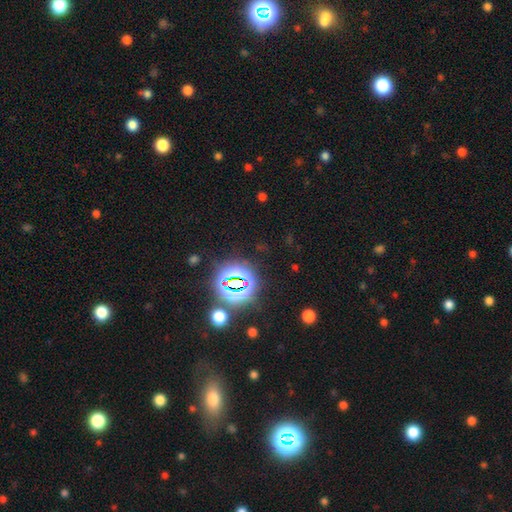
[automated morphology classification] star or artifact 80%, smooth 13%, featured or disk 8%.